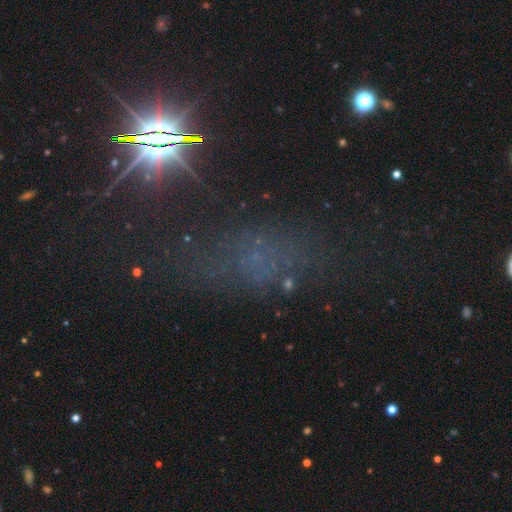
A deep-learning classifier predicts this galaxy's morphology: smooth-or-featured: star or artifact: 56% | smooth: 26% | featured or disk: 17%